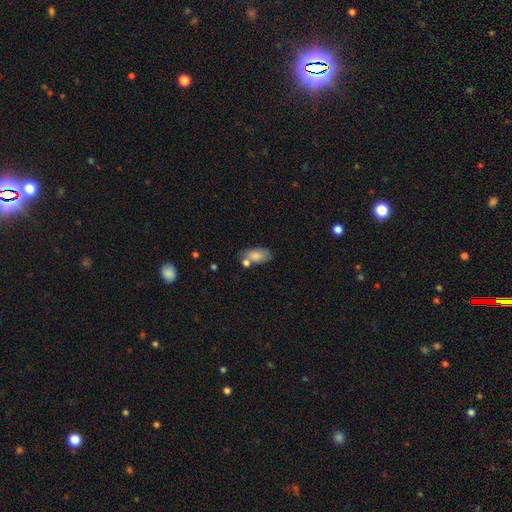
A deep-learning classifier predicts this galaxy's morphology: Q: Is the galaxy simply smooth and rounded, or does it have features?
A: smooth — 81%.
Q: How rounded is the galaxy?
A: in between — 92%.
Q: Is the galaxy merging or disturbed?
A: none — 54%.